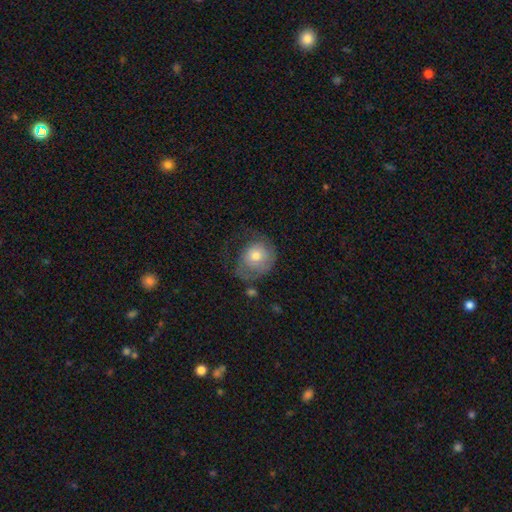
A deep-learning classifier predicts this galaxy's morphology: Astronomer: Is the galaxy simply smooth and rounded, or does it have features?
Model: smooth — 50% (runner-up: featured or disk, 43%).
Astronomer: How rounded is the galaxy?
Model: round — 73%.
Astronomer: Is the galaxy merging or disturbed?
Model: none — 41% (runner-up: major disturbance, 30%).